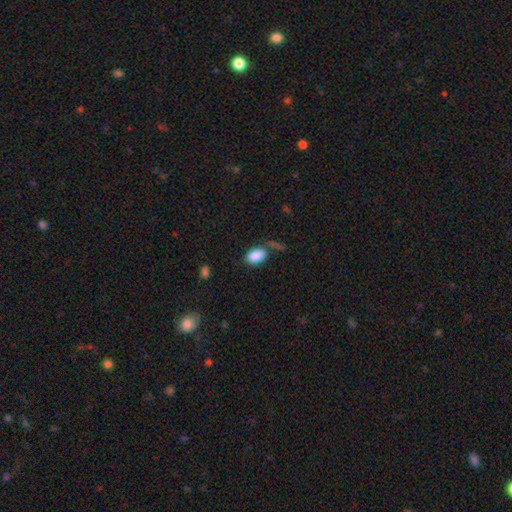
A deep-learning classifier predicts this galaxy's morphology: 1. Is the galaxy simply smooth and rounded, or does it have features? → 87% smooth, 8% star or artifact, 5% featured or disk.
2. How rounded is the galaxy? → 91% in between, 7% round, 2% cigar-shaped.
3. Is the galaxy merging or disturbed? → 62% none, 19% minor disturbance, 11% merger, 8% major disturbance.